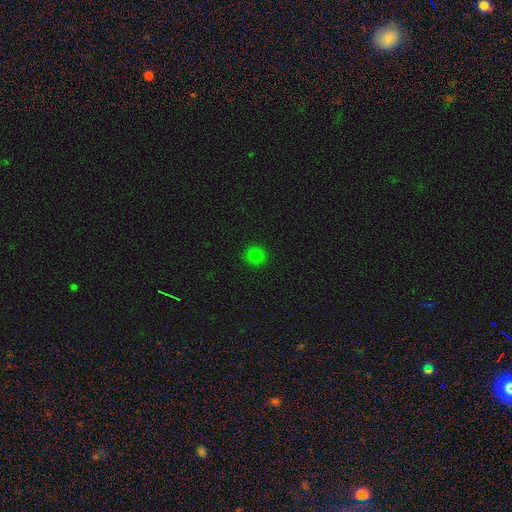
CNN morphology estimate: type=smooth (80%); roundness=round (90%); merging=none (91%).